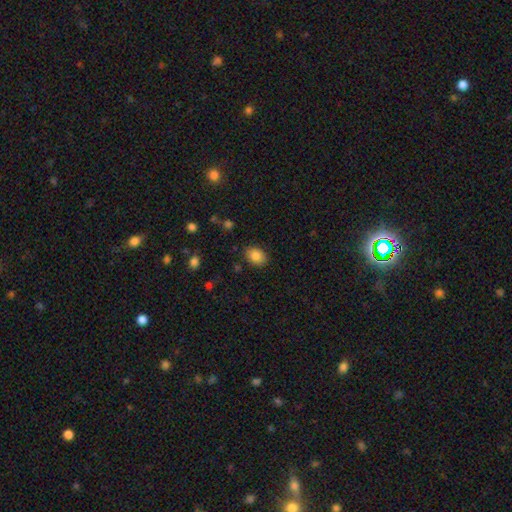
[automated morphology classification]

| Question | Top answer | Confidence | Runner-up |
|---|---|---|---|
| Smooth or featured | smooth | 85% | star or artifact (8%) |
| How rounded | in between | 74% | round (25%) |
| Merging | none | 85% | minor disturbance (11%) |